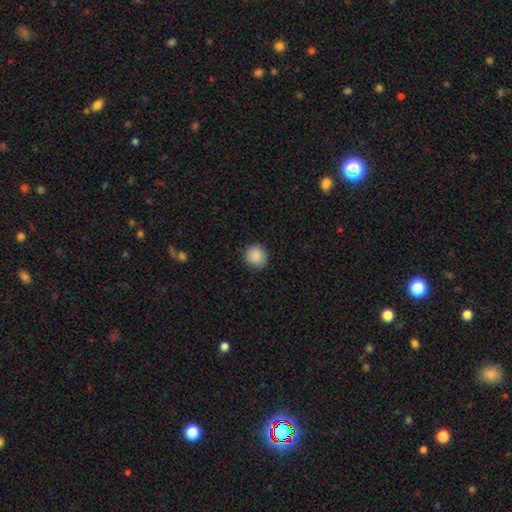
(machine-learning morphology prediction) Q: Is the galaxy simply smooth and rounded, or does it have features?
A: smooth — 89%.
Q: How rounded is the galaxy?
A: round — 90%.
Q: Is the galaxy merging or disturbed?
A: none — 88%.